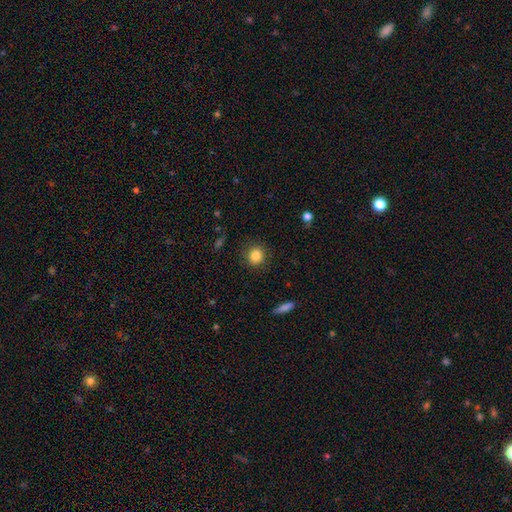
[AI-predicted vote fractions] Q: Smooth or featured?
A: smooth (84%); runner-up: star or artifact (10%)
Q: How rounded?
A: round (88%); runner-up: in between (11%)
Q: Merging?
A: none (89%); runner-up: minor disturbance (7%)